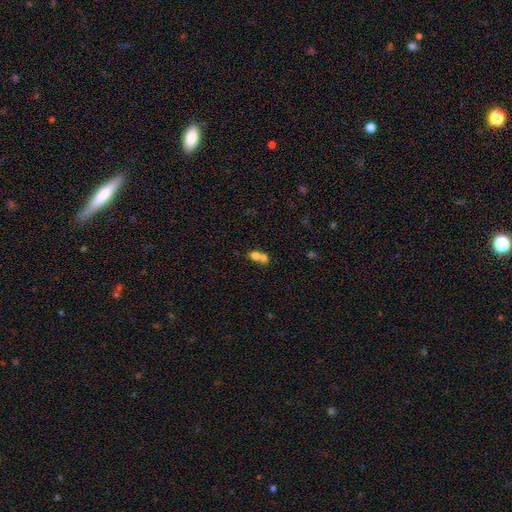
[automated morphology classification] Overall: smooth (71%). How rounded: round (55%; in between 44%). Merging: merger (69%).